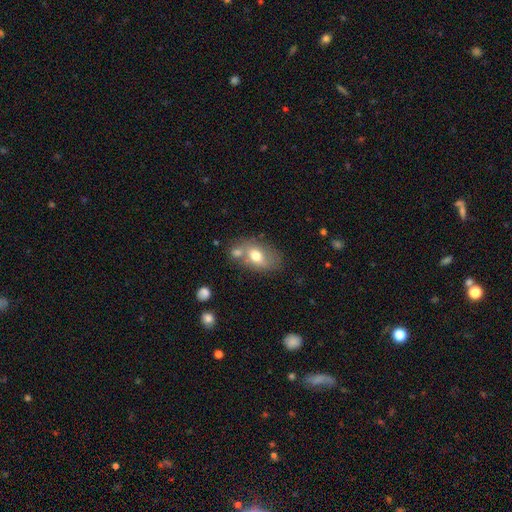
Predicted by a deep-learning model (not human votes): Overall: smooth (68%). How rounded: in between (83%). Merging: none (49%; merger 27%).